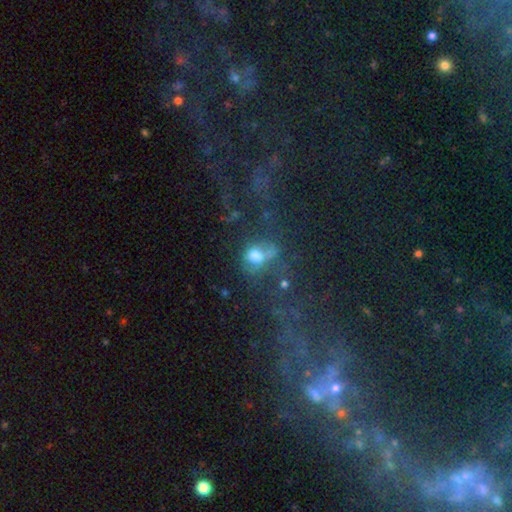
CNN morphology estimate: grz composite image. It shows a smooth galaxy with no disk features (46%). Merging: major disturbance (33%).